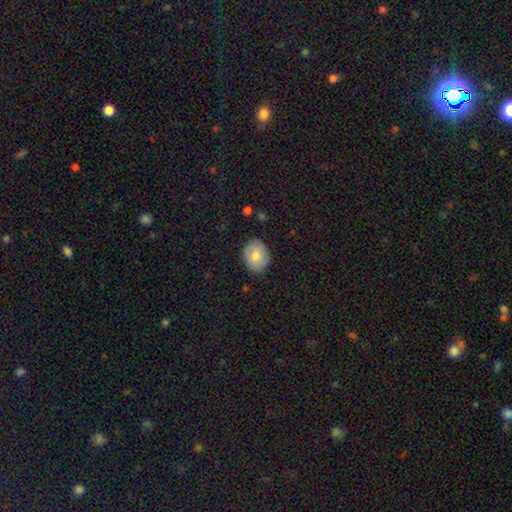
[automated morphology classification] The model was most divided on "how rounded": in between: 50%, round: 49%, cigar-shaped: 1%. More confident: merging — none (86%); smooth or featured — smooth (76%).